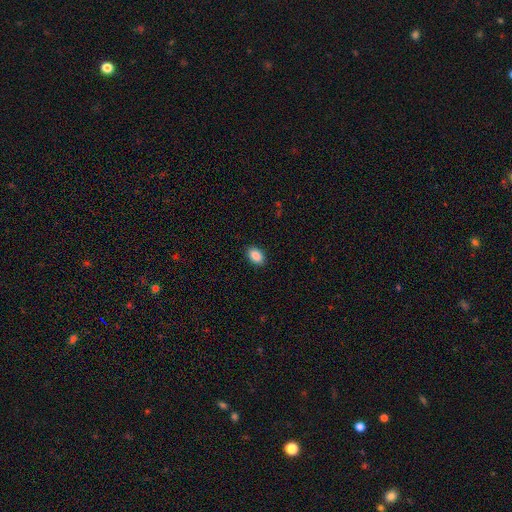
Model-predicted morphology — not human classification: Q: Smooth or featured?
A: smooth (89%); runner-up: star or artifact (8%)
Q: How rounded?
A: in between (89%); runner-up: round (10%)
Q: Merging?
A: none (90%); runner-up: minor disturbance (7%)